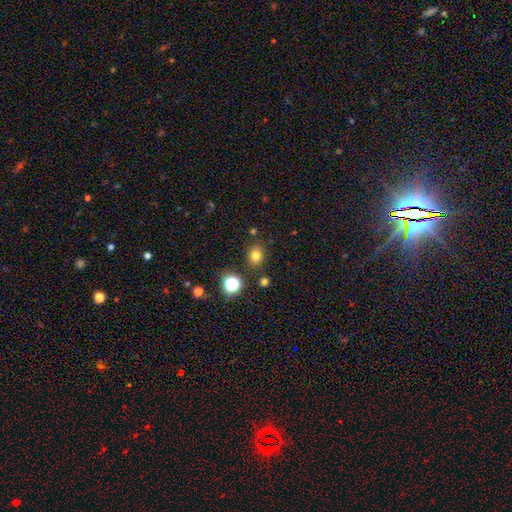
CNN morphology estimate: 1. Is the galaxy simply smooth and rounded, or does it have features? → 77% smooth, 16% star or artifact, 6% featured or disk.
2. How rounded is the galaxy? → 59% round, 40% in between, 1% cigar-shaped.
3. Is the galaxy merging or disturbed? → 83% none, 10% minor disturbance, 4% merger, 3% major disturbance.